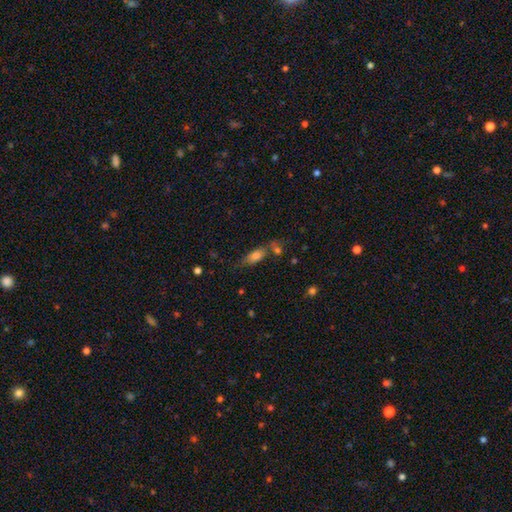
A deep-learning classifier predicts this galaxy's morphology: Smooth or featured?
  - smooth: 70% *
  - featured or disk: 17%
  - star or artifact: 13%
How rounded?
  - in between: 72% *
  - cigar-shaped: 22%
  - round: 6%
Merging?
  - none: 50% *
  - merger: 24%
  - minor disturbance: 18%
  - major disturbance: 9%